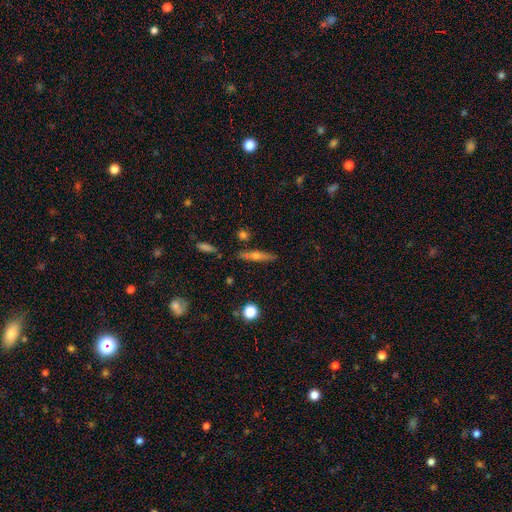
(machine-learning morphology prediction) A featured or disk galaxy (50%) viewed edge-on (91%). Merging: none (82%).